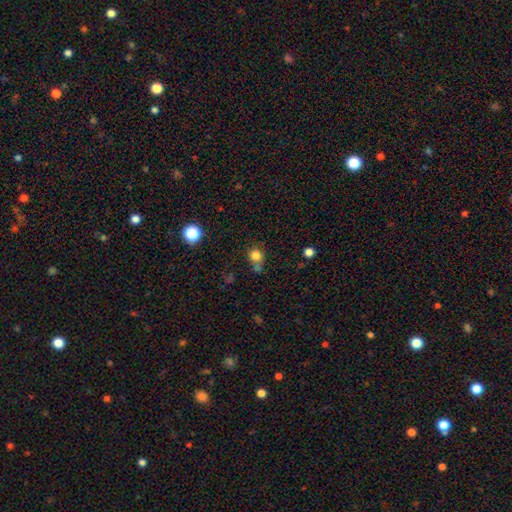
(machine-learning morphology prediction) A smooth galaxy with no disk features (80%) that is round (84%).

Vote fractions:
- Smooth or featured? smooth: 80% / star or artifact: 14% / featured or disk: 6%
- How rounded? round: 84% / in between: 15% / cigar-shaped: 1%
- Merging? none: 55% / minor disturbance: 19% / merger: 19% / major disturbance: 8%